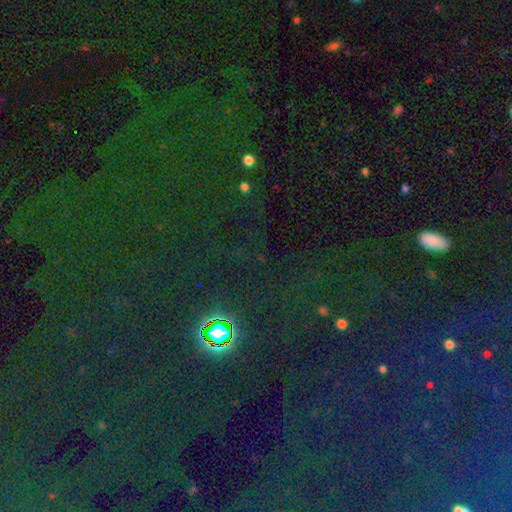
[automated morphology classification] Smooth or featured? star or artifact (80%)